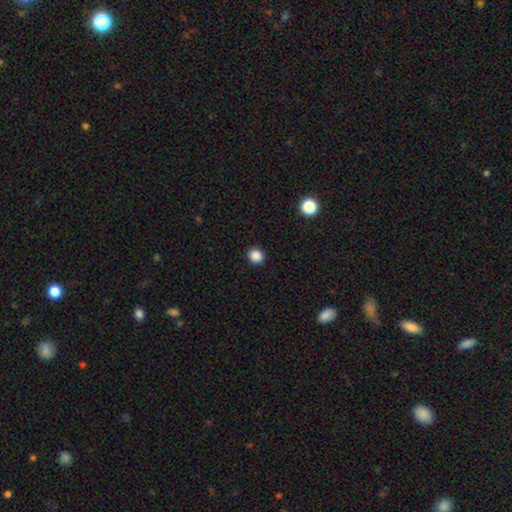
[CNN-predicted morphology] Smooth or featured? Predicted: smooth (p=0.87). How rounded? Predicted: round (p=0.86). Merging? Predicted: none (p=0.92).